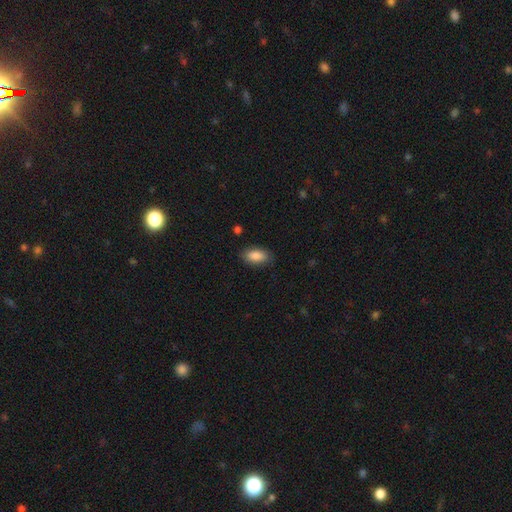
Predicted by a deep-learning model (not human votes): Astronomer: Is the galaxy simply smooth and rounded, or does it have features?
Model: smooth — 87%.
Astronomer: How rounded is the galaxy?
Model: in between — 91%.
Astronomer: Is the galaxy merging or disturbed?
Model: none — 85%.